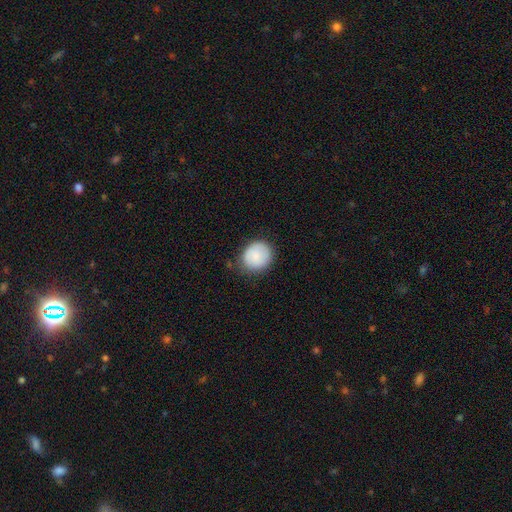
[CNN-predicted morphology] smooth-or-featured: smooth: 84% | featured or disk: 9% | star or artifact: 7%
  how-rounded: round: 80% | in between: 19% | cigar-shaped: 1%
  merging: none: 74% | minor disturbance: 20% | major disturbance: 5% | merger: 2%